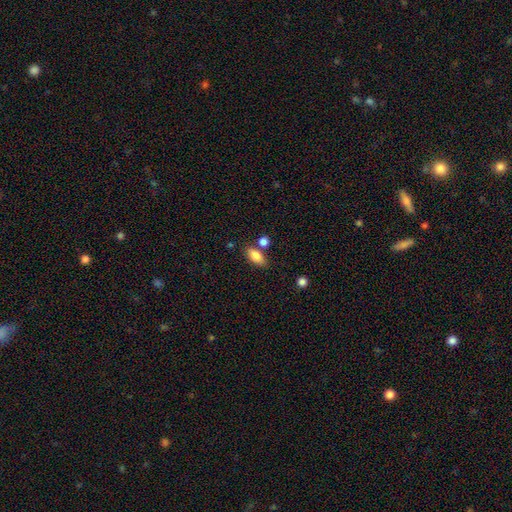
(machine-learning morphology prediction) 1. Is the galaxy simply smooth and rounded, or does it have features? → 83% smooth, 9% featured or disk, 8% star or artifact.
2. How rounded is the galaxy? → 85% in between, 9% cigar-shaped, 5% round.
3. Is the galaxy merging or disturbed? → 70% none, 14% merger, 13% minor disturbance, 4% major disturbance.